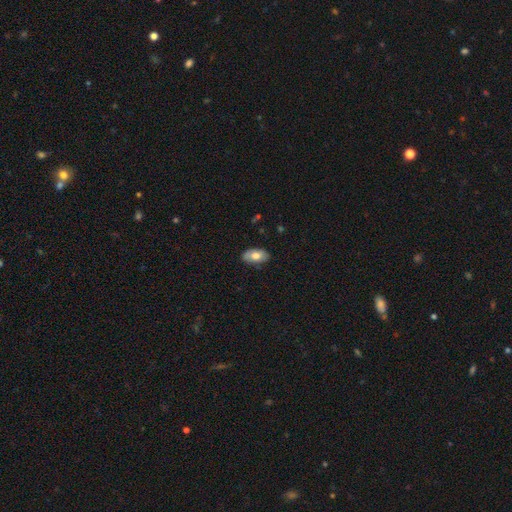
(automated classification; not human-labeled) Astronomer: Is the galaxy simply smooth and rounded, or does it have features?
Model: smooth — 71%.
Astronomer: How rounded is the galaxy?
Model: in between — 93%.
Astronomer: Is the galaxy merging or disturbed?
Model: none — 82%.